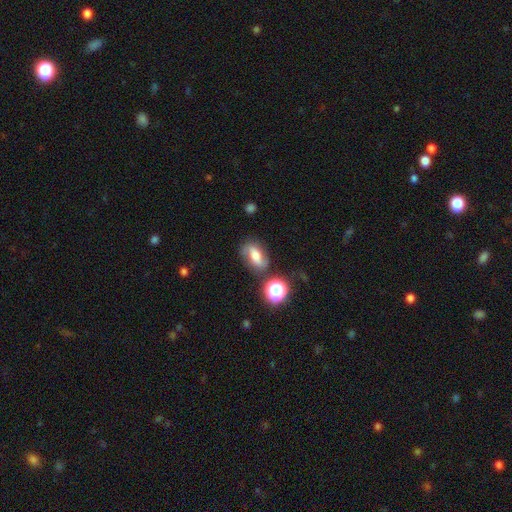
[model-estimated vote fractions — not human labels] Smooth or featured? featured or disk (45%)
Merging? none (69%)